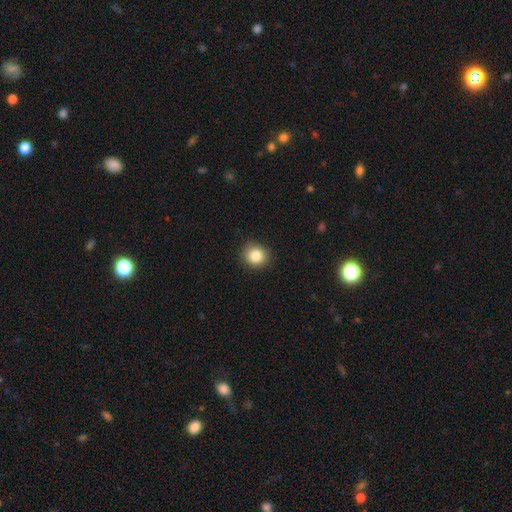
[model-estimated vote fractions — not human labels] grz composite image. It shows a smooth galaxy with no disk features (85%) that is round (83%). Merging: none (89%).